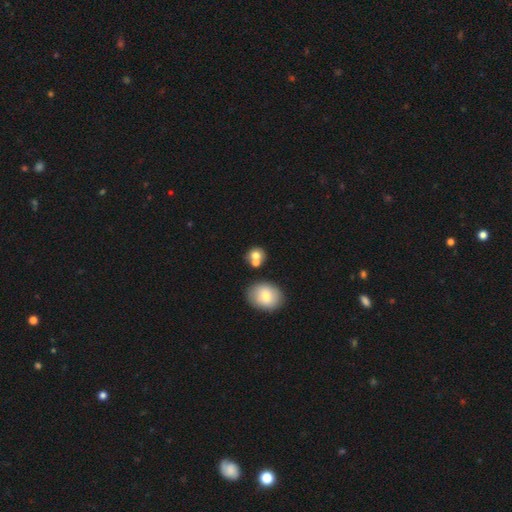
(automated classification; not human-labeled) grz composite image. It shows a smooth galaxy with no disk features (74%) that is round (78%). Merging: none (53%).